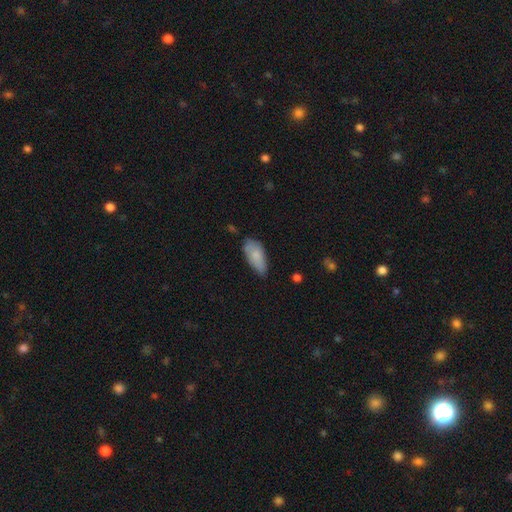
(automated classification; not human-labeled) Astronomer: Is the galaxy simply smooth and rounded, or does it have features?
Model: smooth — 79%.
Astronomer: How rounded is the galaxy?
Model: in between — 87%.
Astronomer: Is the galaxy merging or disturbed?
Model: none — 54% (runner-up: minor disturbance, 36%).